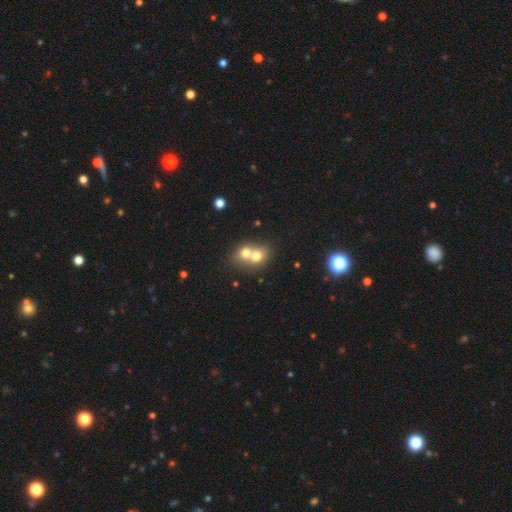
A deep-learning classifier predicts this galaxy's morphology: smooth_or_featured: smooth (p=0.68) [alt: featured or disk p=0.22]
how_rounded: round (p=0.60) [alt: in between p=0.39]
merging: merger (p=0.71) [alt: none p=0.22]